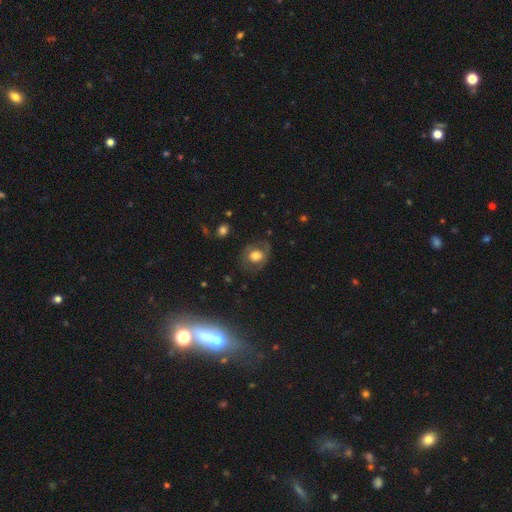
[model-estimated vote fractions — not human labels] The model was most divided on "how rounded": round: 59%, in between: 40%, cigar-shaped: 1%. More confident: merging — none (69%); smooth or featured — smooth (57%).